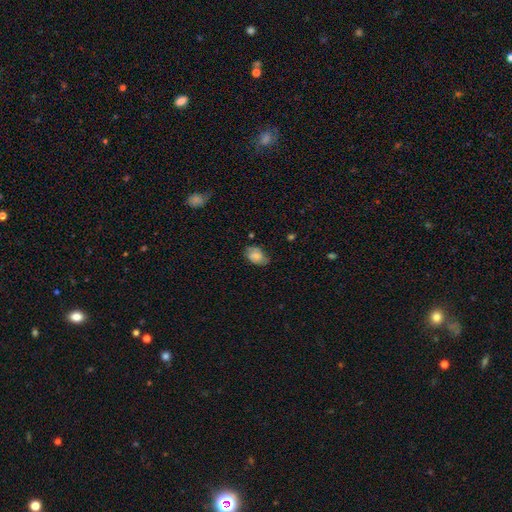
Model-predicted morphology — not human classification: Smooth or featured: smooth — 63% (featured or disk — 29%)
How rounded: in between — 83% (round — 15%)
Merging: none — 65% (minor disturbance — 27%)